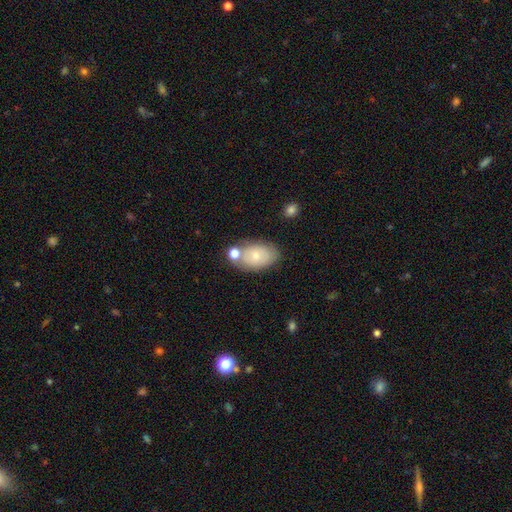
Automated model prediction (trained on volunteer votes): A smooth galaxy with no disk features (69%) that is in between round and cigar-shaped (88%). Merging: none (60%).